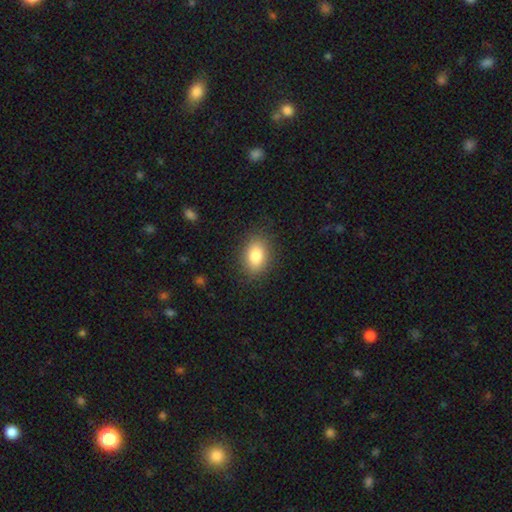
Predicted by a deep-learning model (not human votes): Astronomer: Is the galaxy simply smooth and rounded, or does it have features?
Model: smooth — 84%.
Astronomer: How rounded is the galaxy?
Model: in between — 79%.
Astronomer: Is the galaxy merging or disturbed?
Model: none — 87%.